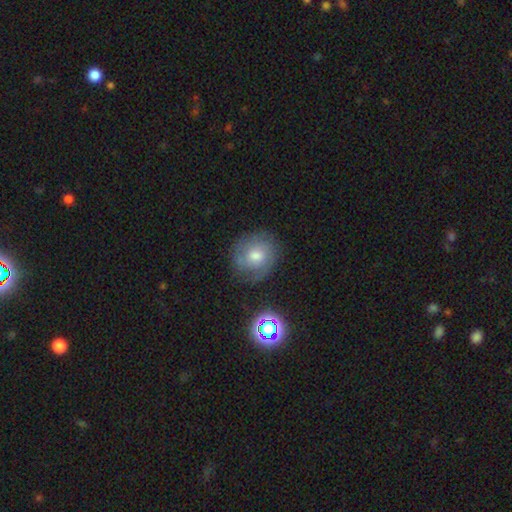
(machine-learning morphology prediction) smooth-or-featured: featured or disk: 48% | smooth: 39% | star or artifact: 14%
  merging: none: 75% | minor disturbance: 17% | major disturbance: 6% | merger: 2%